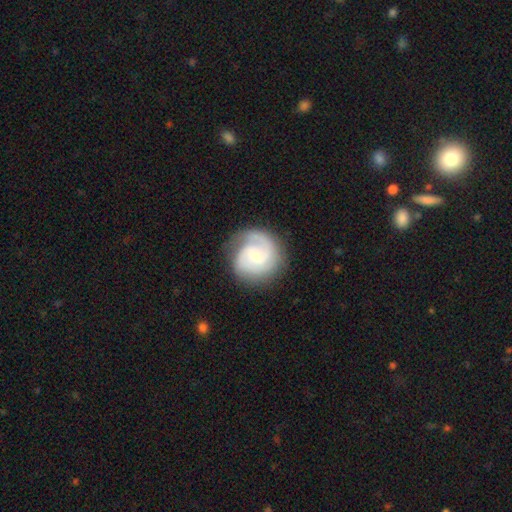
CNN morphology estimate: Smooth or featured? featured or disk (79%)
Edge-on disk? no (98%)
Bar? no (49%)
Spiral arms? yes (96%)
Spiral winding? tight (47%)
Spiral arm count? 2 (61%)
Bulge size? small (60%)
Merging? none (76%)